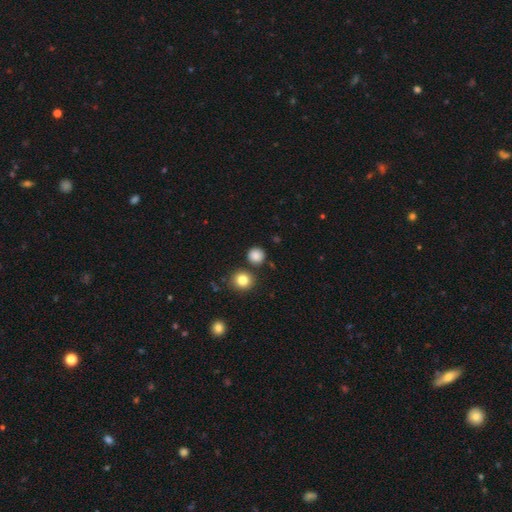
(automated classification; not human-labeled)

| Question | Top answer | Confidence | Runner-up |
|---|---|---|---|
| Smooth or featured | smooth | 85% | star or artifact (11%) |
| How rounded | round | 91% | in between (8%) |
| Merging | none | 85% | minor disturbance (7%) |